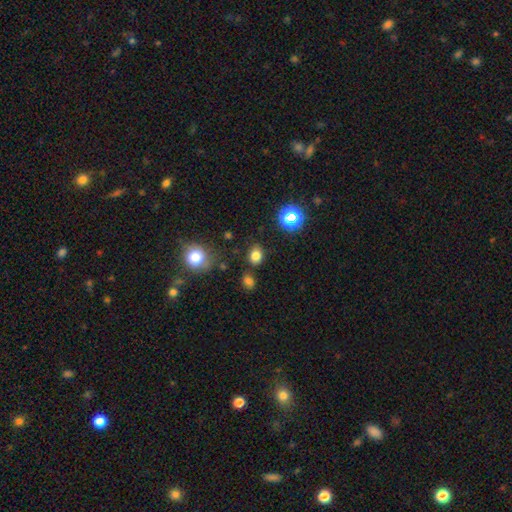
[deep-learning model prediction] Smooth or featured?
  - smooth: 79% *
  - star or artifact: 15%
  - featured or disk: 6%
How rounded?
  - in between: 51% *
  - round: 47%
  - cigar-shaped: 1%
Merging?
  - none: 81% *
  - minor disturbance: 11%
  - merger: 4%
  - major disturbance: 3%